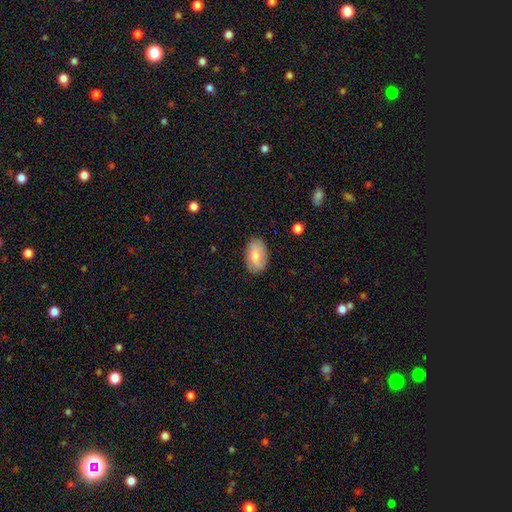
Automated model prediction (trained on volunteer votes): Smooth or featured: smooth — 67% (featured or disk — 26%)
How rounded: in between — 92% (round — 7%)
Merging: none — 84% (minor disturbance — 12%)